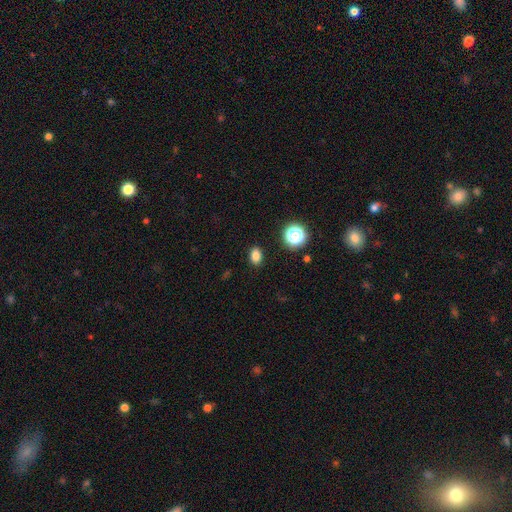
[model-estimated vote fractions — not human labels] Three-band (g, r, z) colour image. It shows a smooth galaxy with no disk features (81%) that is in between round and cigar-shaped (70%). Merging: none (89%).